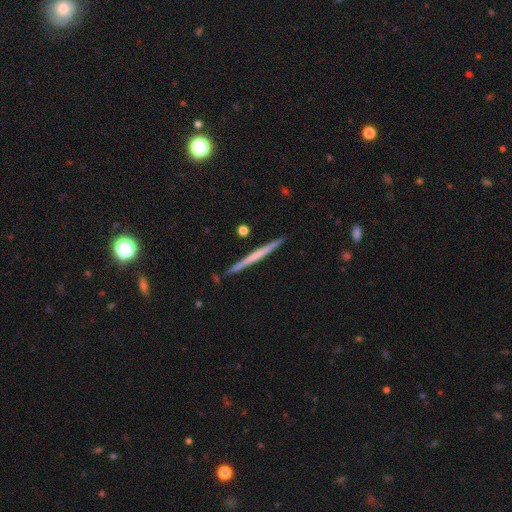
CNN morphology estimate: This is possibly a featured or disk galaxy (57%). It is clearly viewed edge-on (98%). Edge-on bulge: likely none (80%). Merging: clearly none (91%).